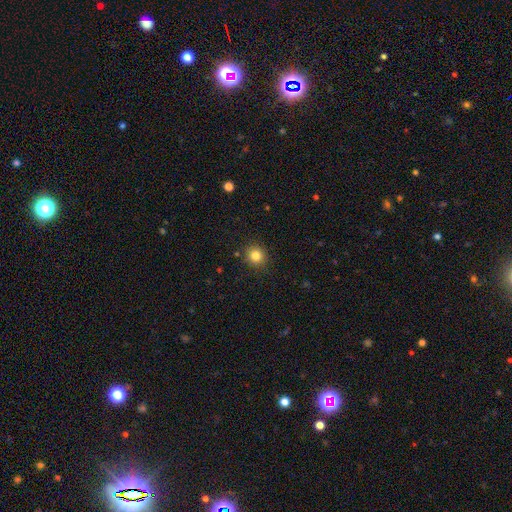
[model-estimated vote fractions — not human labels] smooth_or_featured: smooth (p=0.82) [alt: star or artifact p=0.12]
how_rounded: round (p=0.91) [alt: in between p=0.08]
merging: none (p=0.90) [alt: minor disturbance p=0.06]